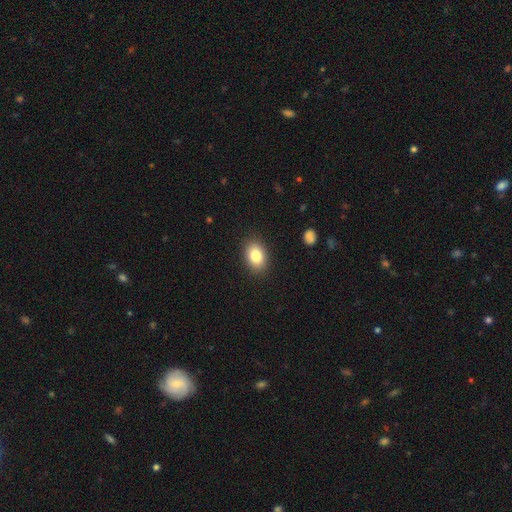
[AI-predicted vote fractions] The model was most divided on "how rounded": in between: 80%, round: 18%, cigar-shaped: 1%. More confident: merging — none (88%); smooth or featured — smooth (83%).